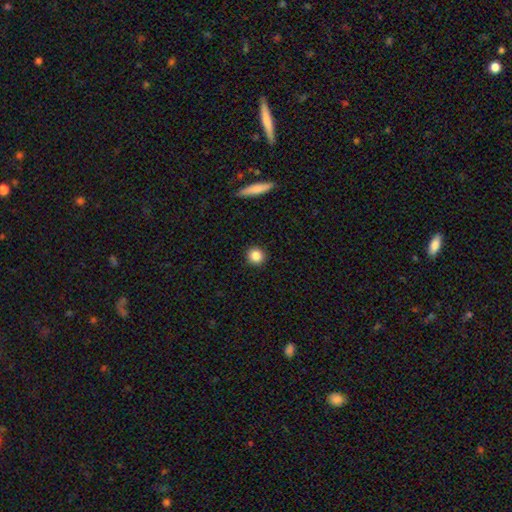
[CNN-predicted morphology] Q: Smooth or featured?
A: smooth (85%); runner-up: star or artifact (10%)
Q: How rounded?
A: round (92%); runner-up: in between (7%)
Q: Merging?
A: none (93%); runner-up: minor disturbance (5%)